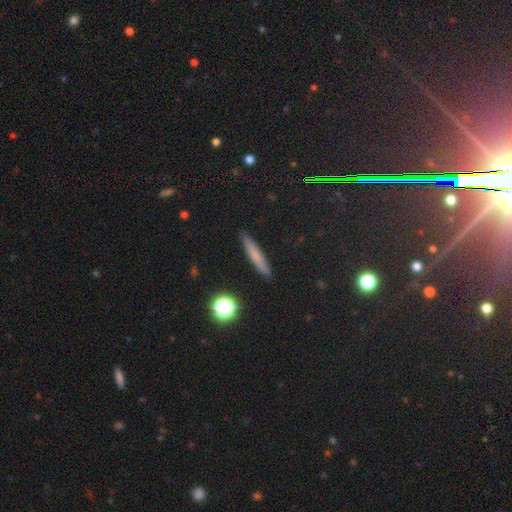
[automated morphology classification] smooth-or-featured: smooth: 65% | featured or disk: 23% | star or artifact: 12%
  how-rounded: cigar-shaped: 90% | in between: 7% | round: 3%
  merging: none: 90% | minor disturbance: 7% | major disturbance: 2% | merger: 1%